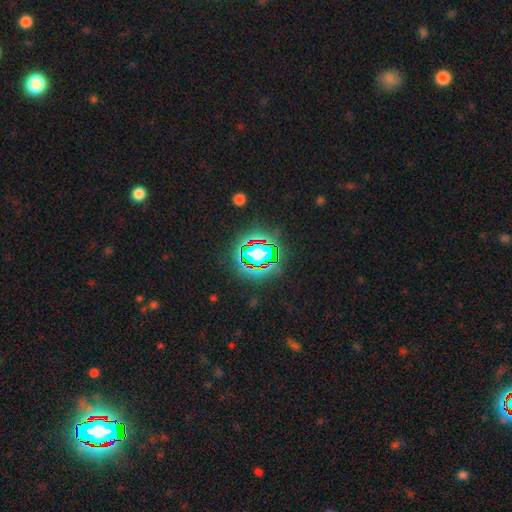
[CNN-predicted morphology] This appears to be a star or artifact, not a galaxy (78%).